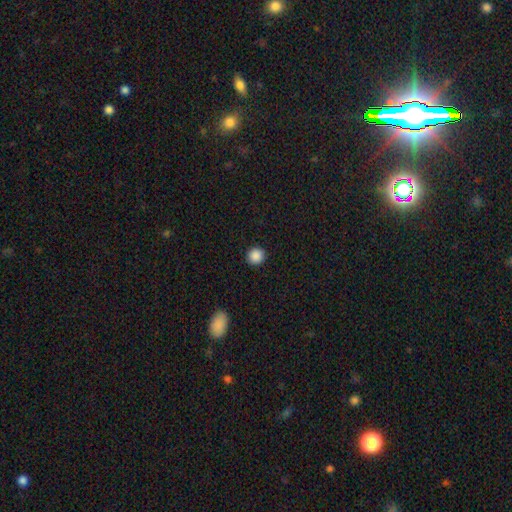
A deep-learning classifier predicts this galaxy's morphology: Smooth or featured?
  - smooth: 88% *
  - star or artifact: 9%
  - featured or disk: 3%
How rounded?
  - round: 91% *
  - in between: 8%
  - cigar-shaped: 1%
Merging?
  - none: 92% *
  - minor disturbance: 5%
  - major disturbance: 2%
  - merger: 1%